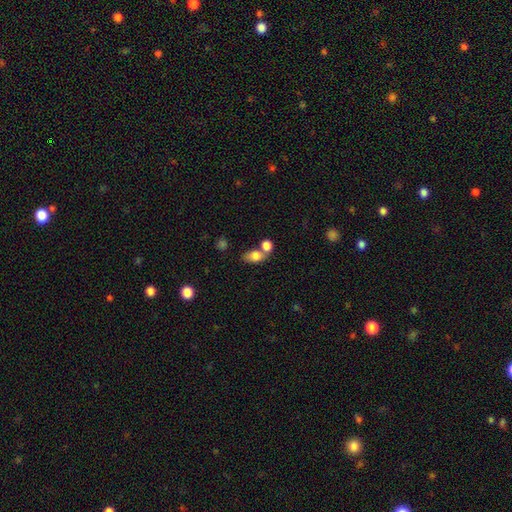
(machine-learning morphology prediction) Smooth or featured?
  - smooth: 79% *
  - featured or disk: 11%
  - star or artifact: 9%
How rounded?
  - in between: 77% *
  - round: 20%
  - cigar-shaped: 3%
Merging?
  - none: 43% *
  - merger: 39%
  - minor disturbance: 12%
  - major disturbance: 6%